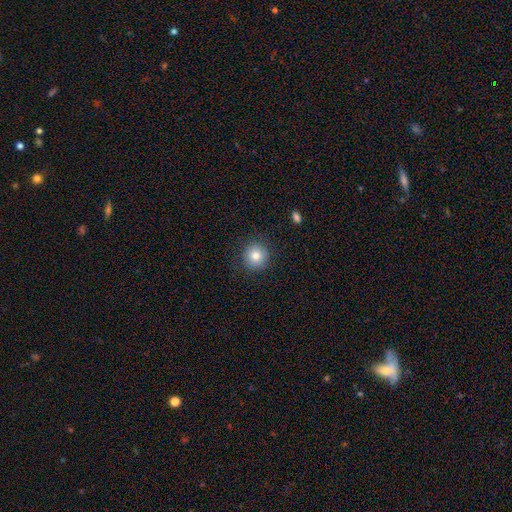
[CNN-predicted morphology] Q: Smooth or featured?
A: smooth (79%); runner-up: featured or disk (10%)
Q: How rounded?
A: round (94%); runner-up: in between (5%)
Q: Merging?
A: none (88%); runner-up: minor disturbance (8%)